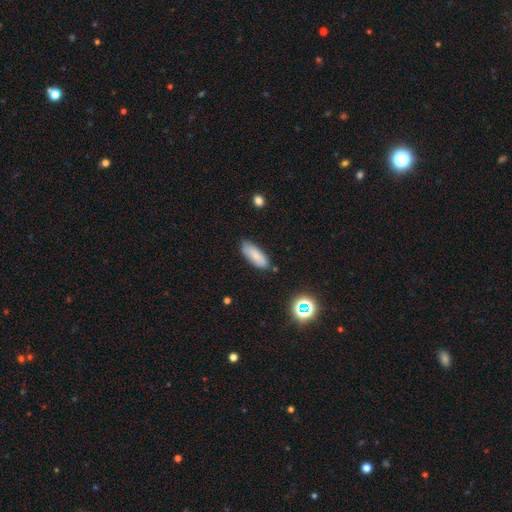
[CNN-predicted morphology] Smooth or featured? Predicted: smooth (p=0.77). How rounded? Predicted: in between (p=0.73). Merging? Predicted: none (p=0.77).